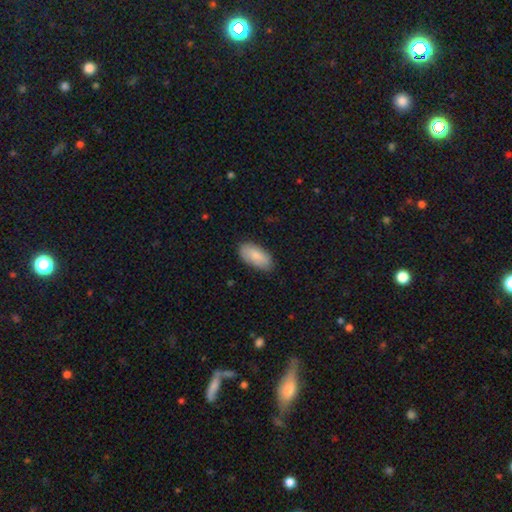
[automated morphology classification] This is clearly a smooth galaxy (83%). How rounded: clearly in between (93%). Merging: clearly none (82%).